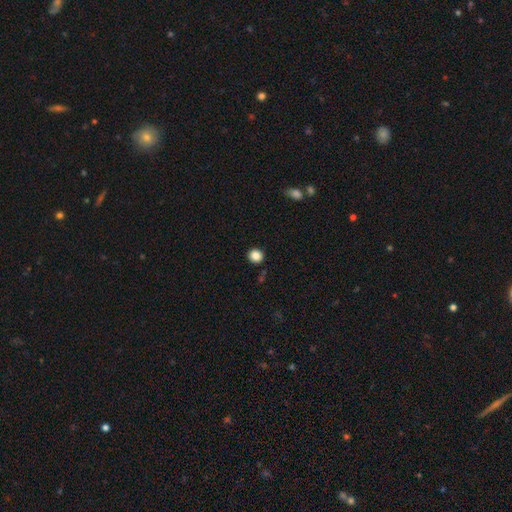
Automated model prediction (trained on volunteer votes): smooth_or_featured: smooth (p=0.86) [alt: star or artifact p=0.10]
how_rounded: round (p=0.86) [alt: in between p=0.13]
merging: none (p=0.90) [alt: minor disturbance p=0.06]